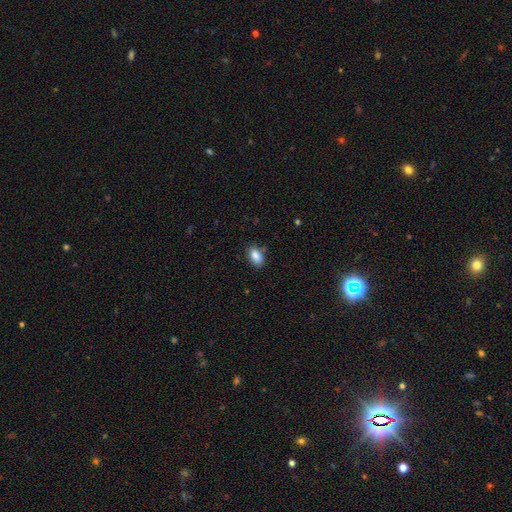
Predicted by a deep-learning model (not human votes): smooth_or_featured: smooth (p=0.87) [alt: star or artifact p=0.08]
how_rounded: in between (p=0.90) [alt: round p=0.07]
merging: none (p=0.80) [alt: minor disturbance p=0.15]